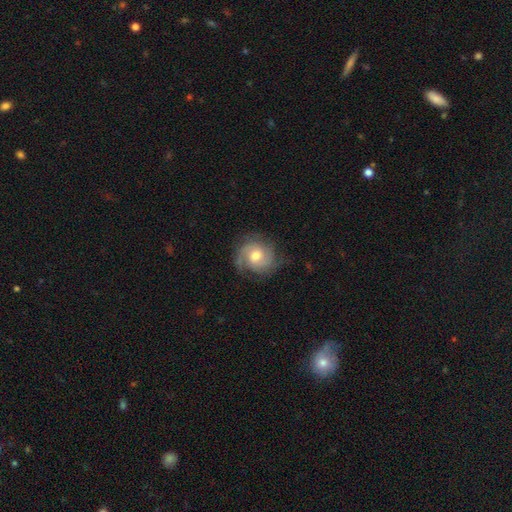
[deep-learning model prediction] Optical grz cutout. It shows a featured or disk galaxy (79%) with no bar (61%), 2 (47%) tight (48%) spiral arms (95%) and a moderate central bulge (69%). Merging: none (71%).